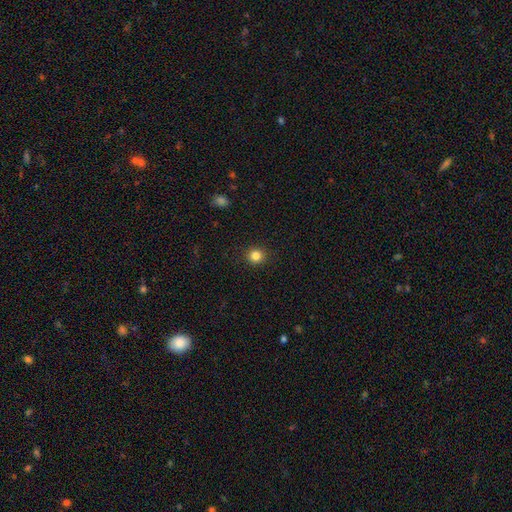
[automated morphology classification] Smooth or featured? smooth (83%)
How rounded? round (91%)
Merging? none (92%)